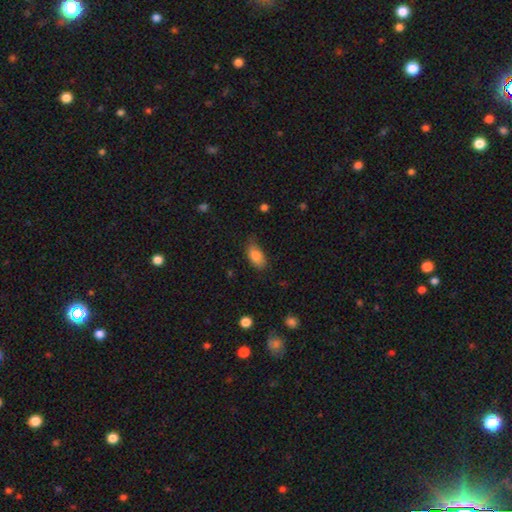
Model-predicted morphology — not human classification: A smooth galaxy with no disk features (84%) that is in between round and cigar-shaped (91%). Merging: none (66%).